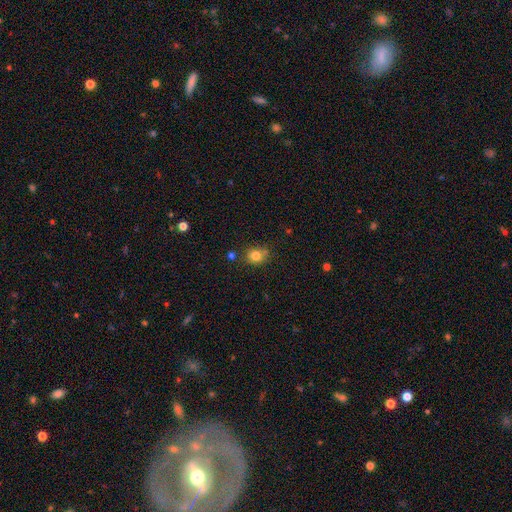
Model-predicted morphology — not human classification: Overall: smooth (81%). How rounded: round (75%). Merging: none (71%).